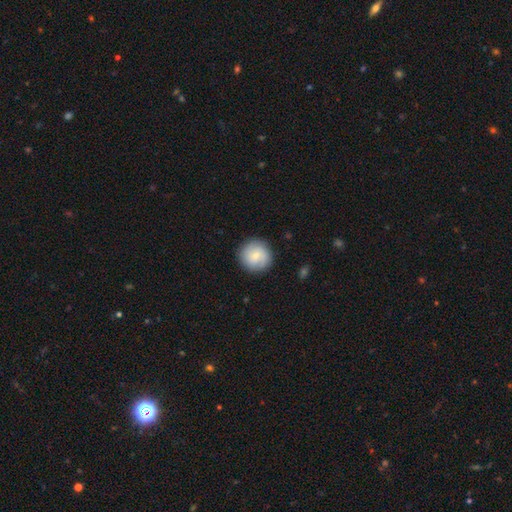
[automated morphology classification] smooth-or-featured: smooth: 69% | featured or disk: 24% | star or artifact: 7%
  how-rounded: round: 94% | in between: 5% | cigar-shaped: 1%
  merging: none: 88% | minor disturbance: 8% | major disturbance: 2% | merger: 1%